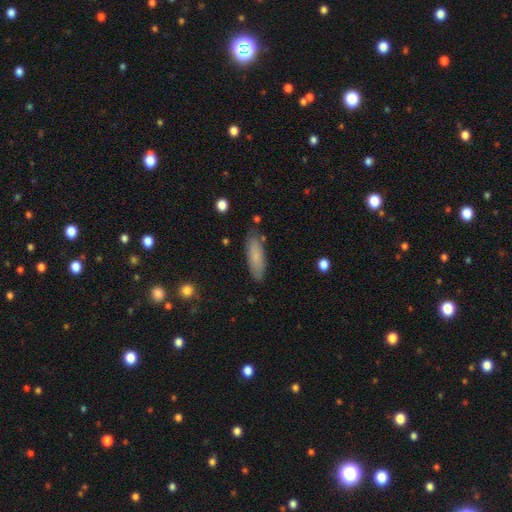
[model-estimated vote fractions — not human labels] smooth_or_featured: smooth (p=0.75) [alt: featured or disk p=0.19]
how_rounded: in between (p=0.51) [alt: cigar-shaped p=0.47]
merging: none (p=0.81) [alt: minor disturbance p=0.14]